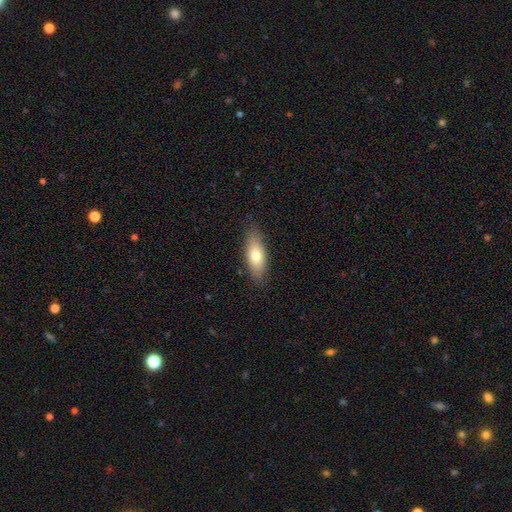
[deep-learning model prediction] Smooth or featured? Predicted: smooth (p=0.73). How rounded? Predicted: in between (p=0.67). Merging? Predicted: none (p=0.85).